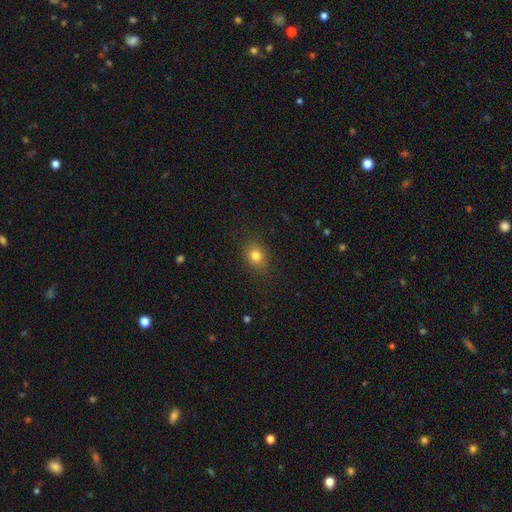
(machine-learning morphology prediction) This is clearly a smooth galaxy (80%). How rounded: possibly in between (50%). Merging: clearly none (87%).